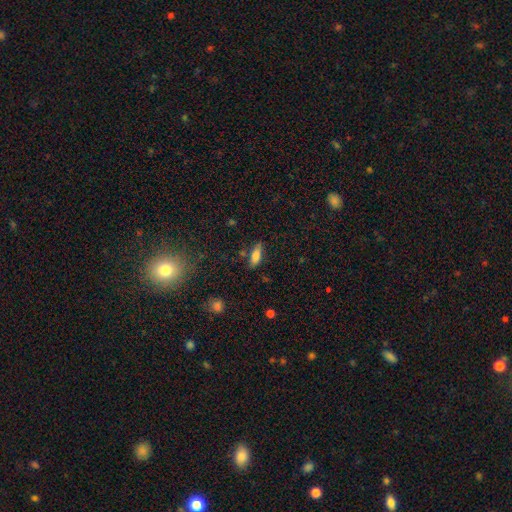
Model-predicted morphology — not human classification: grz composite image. It shows a smooth galaxy with no disk features (79%) that is in between round and cigar-shaped (69%). Merging: none (76%).